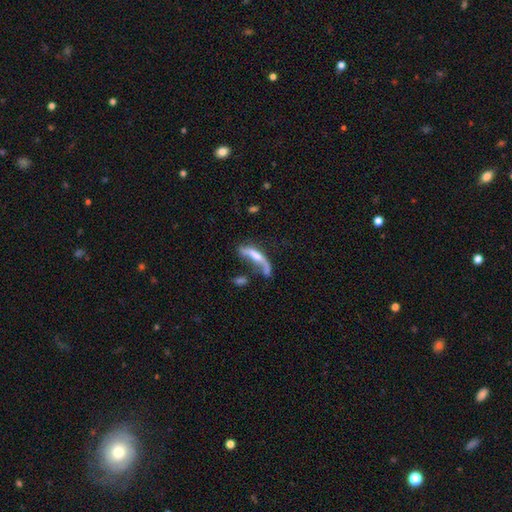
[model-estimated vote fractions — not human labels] Smooth or featured: smooth — 46% (tied with featured or disk — 46%)
Merging: major disturbance — 34% (none — 26%)